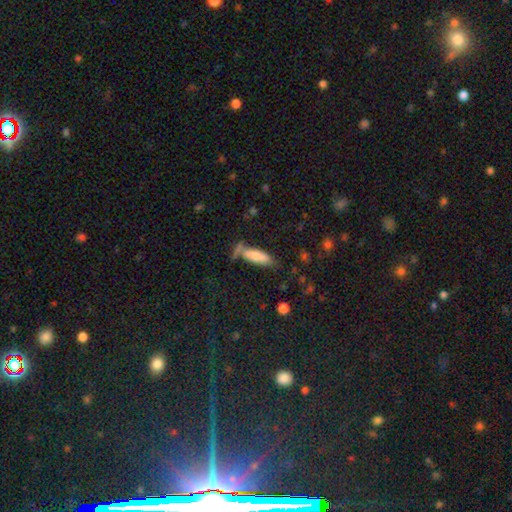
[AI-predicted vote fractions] Smooth or featured? Predicted: smooth (p=0.80). How rounded? Predicted: in between (p=0.54). Merging? Predicted: none (p=0.51).